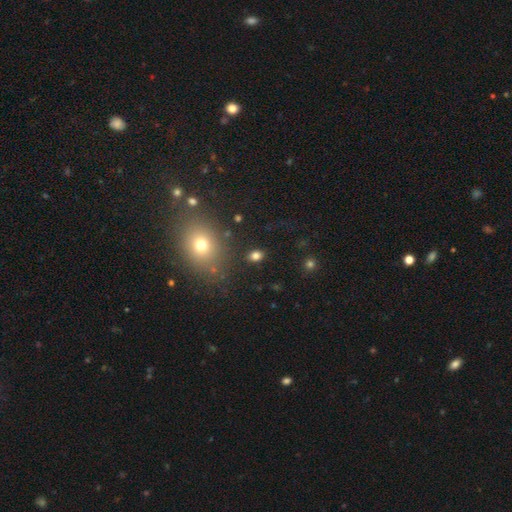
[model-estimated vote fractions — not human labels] Morphology: type=smooth (78%); roundness=in between (68%); merging=none (85%).